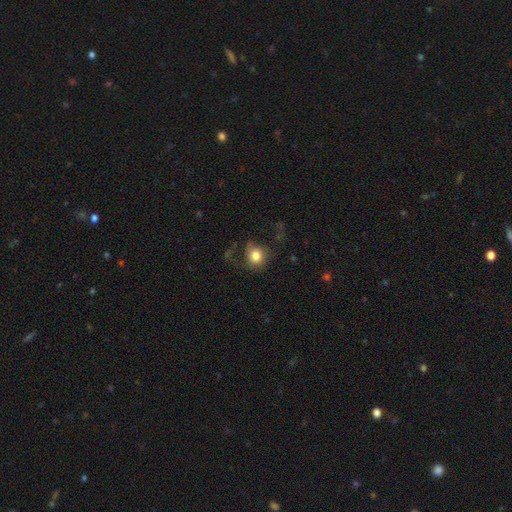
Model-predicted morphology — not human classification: Smooth or featured? smooth (77%)
How rounded? round (75%)
Merging? none (52%)